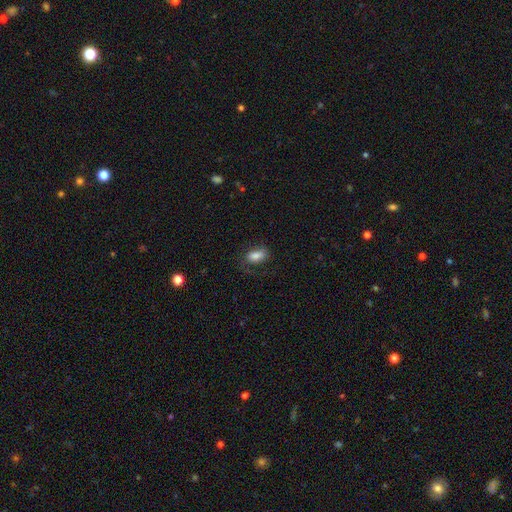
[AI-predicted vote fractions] A smooth galaxy with no disk features (78%) that is in between round and cigar-shaped (88%). Merging: none (60%).